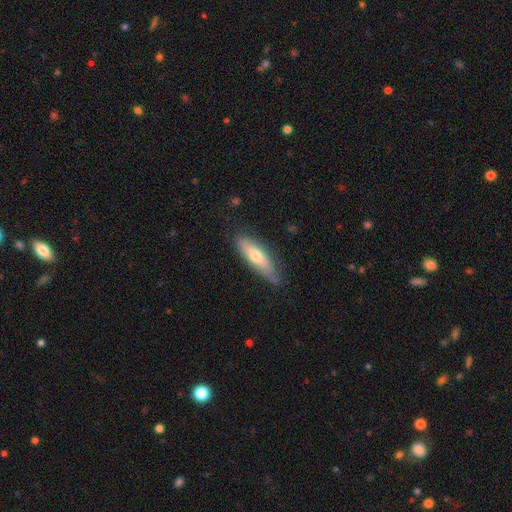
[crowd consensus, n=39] smooth 51%, featured or disk 49%, star or artifact 0%. Down the decision tree: how rounded — cigar-shaped (90%); merging — none (64%).